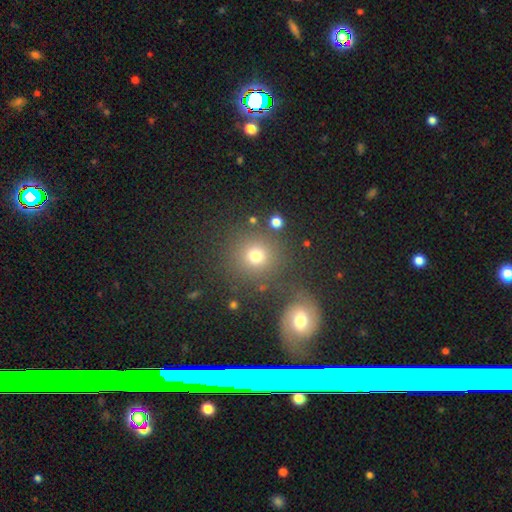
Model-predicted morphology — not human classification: type=smooth (75%); roundness=round (89%); merging=none (76%).